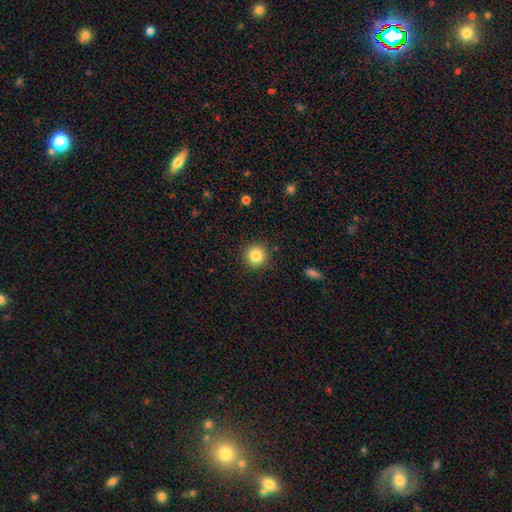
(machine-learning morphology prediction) smooth-or-featured: smooth: 84% | star or artifact: 10% | featured or disk: 6%
  how-rounded: round: 94% | in between: 5% | cigar-shaped: 1%
  merging: none: 90% | minor disturbance: 7% | major disturbance: 2% | merger: 1%